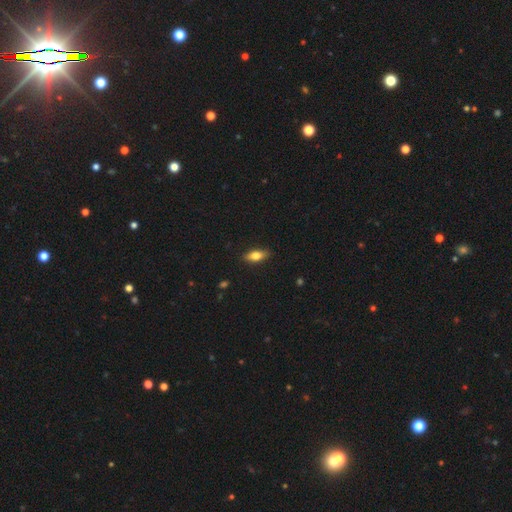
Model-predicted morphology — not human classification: Q: Smooth or featured?
A: smooth (70%); runner-up: featured or disk (23%)
Q: How rounded?
A: in between (76%); runner-up: cigar-shaped (20%)
Q: Merging?
A: none (87%); runner-up: minor disturbance (10%)